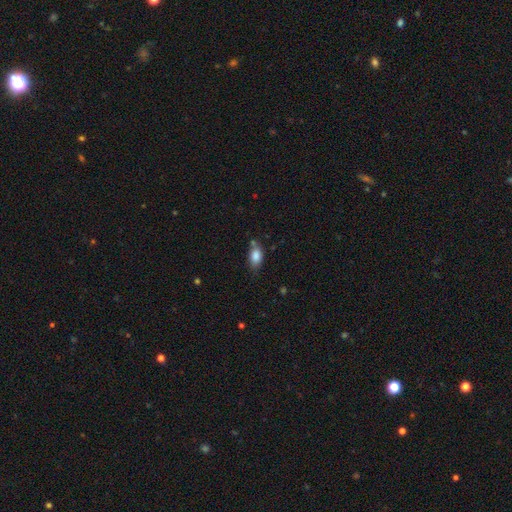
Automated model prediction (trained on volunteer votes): A smooth galaxy with no disk features (85%) that is in between round and cigar-shaped (88%). Merging: none (60%).